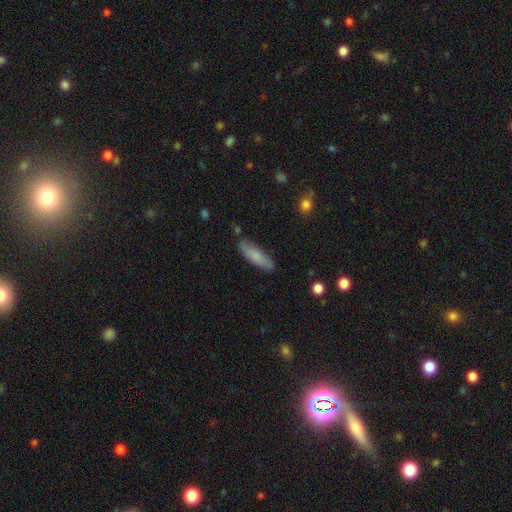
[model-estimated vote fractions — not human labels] A smooth galaxy with no disk features (80%) that is cigar-shaped (62%). Merging: none (83%).